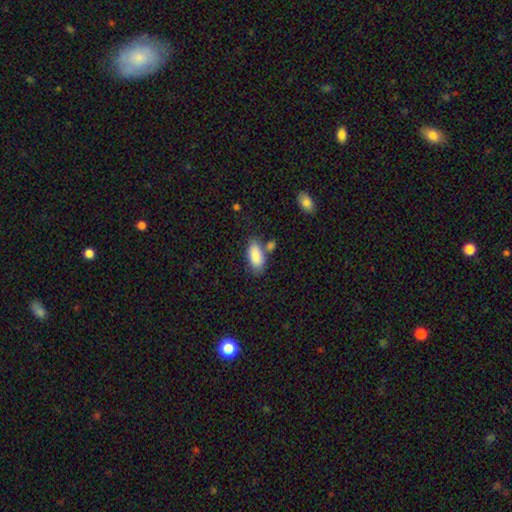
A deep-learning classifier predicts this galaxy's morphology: Overall: smooth (87%). How rounded: in between (90%). Merging: none (63%).